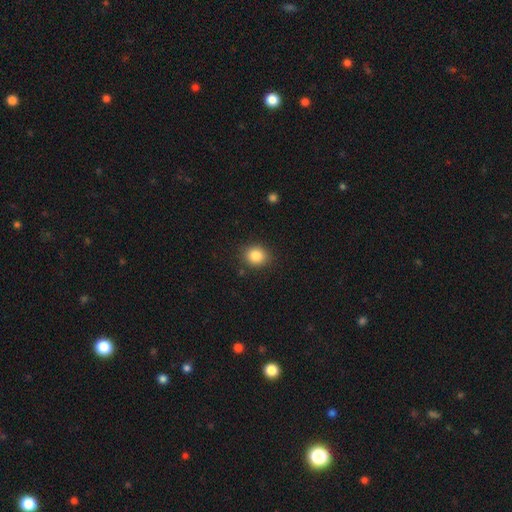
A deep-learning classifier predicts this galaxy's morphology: Overall: smooth (85%). How rounded: round (71%). Merging: none (87%).